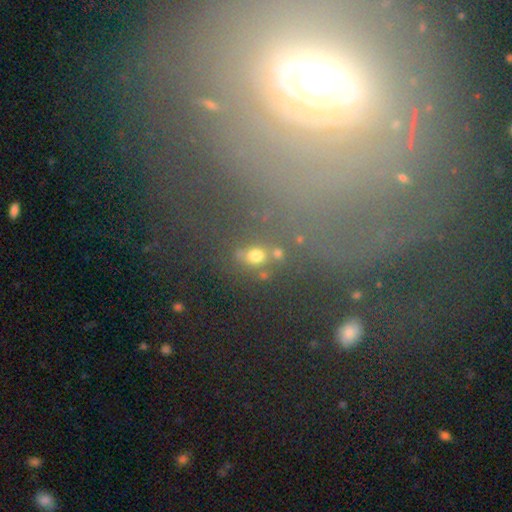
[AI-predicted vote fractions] Smooth or featured: smooth — 55% (star or artifact — 33%)
How rounded: round — 53% (in between — 42%)
Merging: none — 63% (merger — 15%)